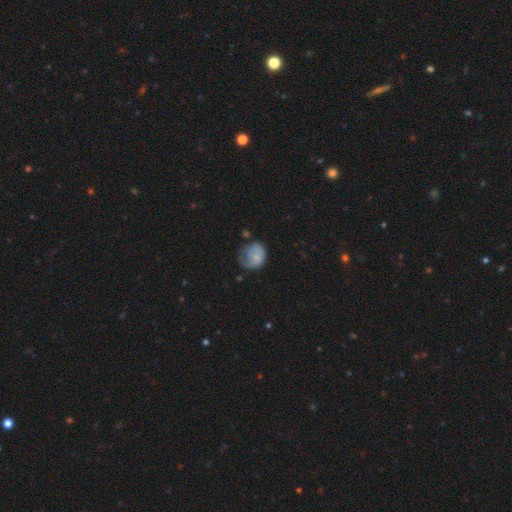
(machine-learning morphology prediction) Smooth or featured? smooth (57%)
How rounded? round (62%)
Merging? none (35%)